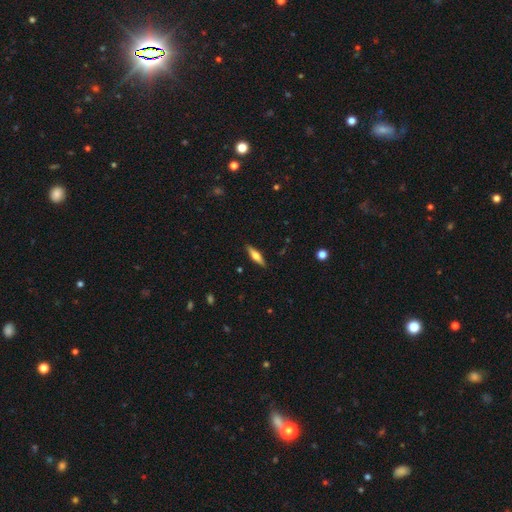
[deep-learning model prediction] This is possibly a smooth galaxy (48%). Merging: clearly none (89%).